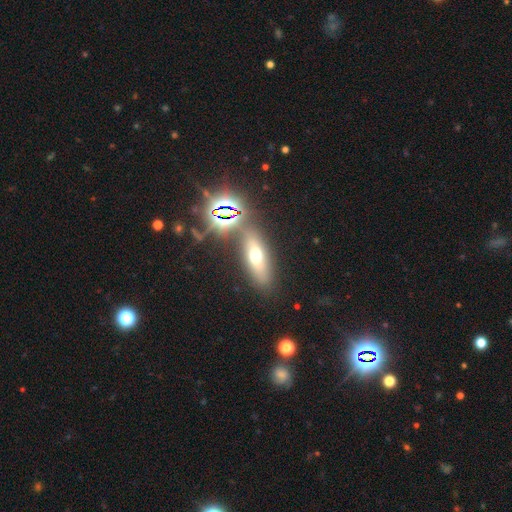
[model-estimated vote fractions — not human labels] Smooth or featured? Predicted: smooth (p=0.52). How rounded? Predicted: in between (p=0.54). Merging? Predicted: none (p=0.78).